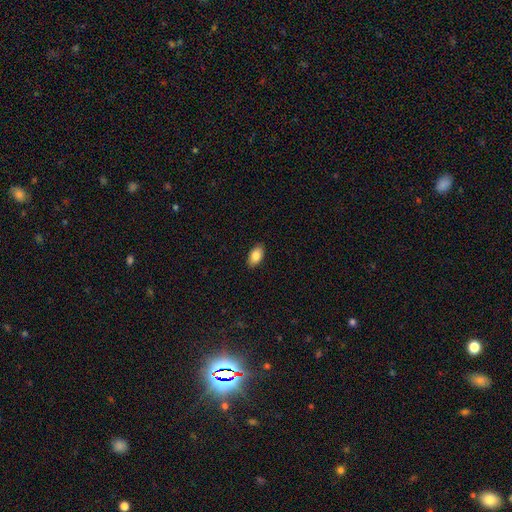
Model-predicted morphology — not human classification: Smooth or featured: smooth — 84% (featured or disk — 9%)
How rounded: in between — 93% (round — 4%)
Merging: none — 89% (minor disturbance — 8%)